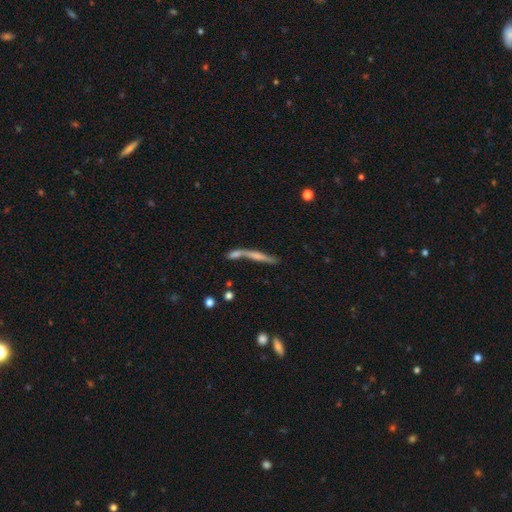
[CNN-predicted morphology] This is possibly a featured or disk galaxy (48%). Merging: marginally none (45%).